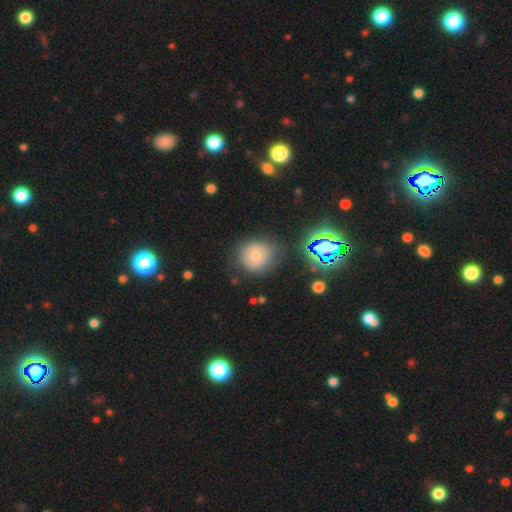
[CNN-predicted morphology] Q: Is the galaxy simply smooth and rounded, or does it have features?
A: smooth — 67%.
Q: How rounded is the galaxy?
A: round — 82%.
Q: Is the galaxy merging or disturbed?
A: none — 63%.